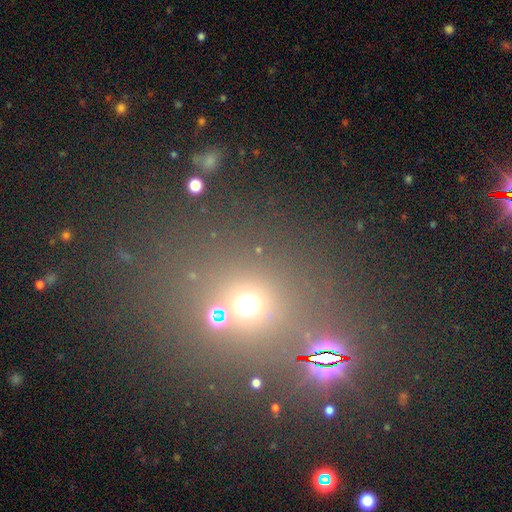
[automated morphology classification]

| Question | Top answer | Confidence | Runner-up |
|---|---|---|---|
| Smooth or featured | star or artifact | 46% | smooth (42%) |